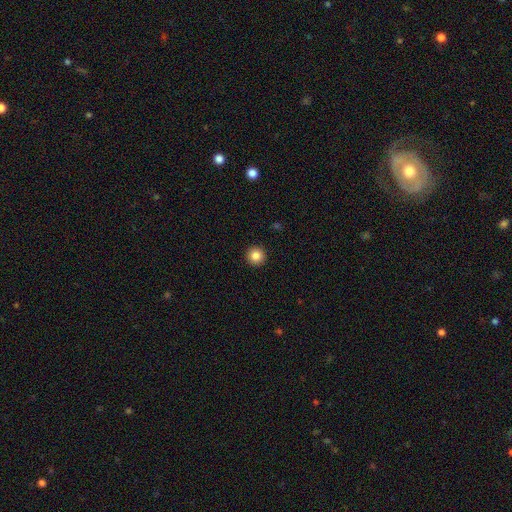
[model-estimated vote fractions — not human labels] Smooth or featured?
  - smooth: 85% *
  - star or artifact: 10%
  - featured or disk: 5%
How rounded?
  - round: 96% *
  - in between: 3%
  - cigar-shaped: 1%
Merging?
  - none: 94% *
  - minor disturbance: 4%
  - major disturbance: 1%
  - merger: 1%